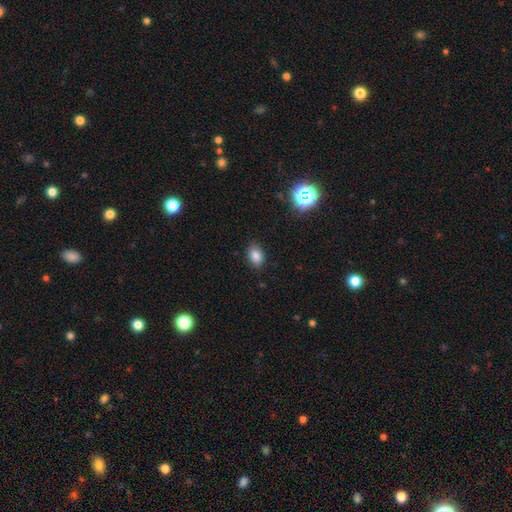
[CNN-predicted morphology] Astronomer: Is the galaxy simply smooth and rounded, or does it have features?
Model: smooth — 83%.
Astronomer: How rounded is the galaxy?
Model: in between — 76%.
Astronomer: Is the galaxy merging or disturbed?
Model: none — 83%.